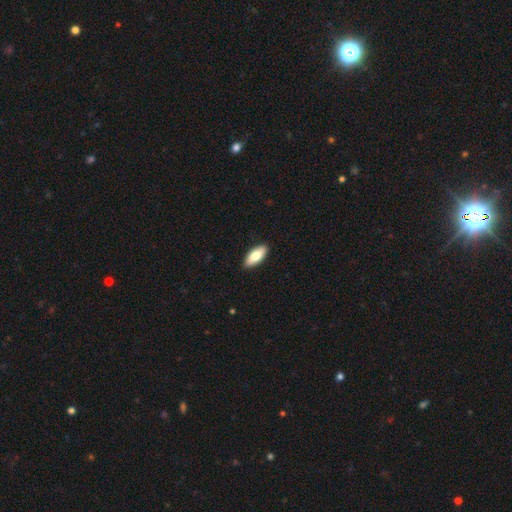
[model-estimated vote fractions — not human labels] Smooth or featured? Predicted: smooth (p=0.76). How rounded? Predicted: in between (p=0.81). Merging? Predicted: none (p=0.90).